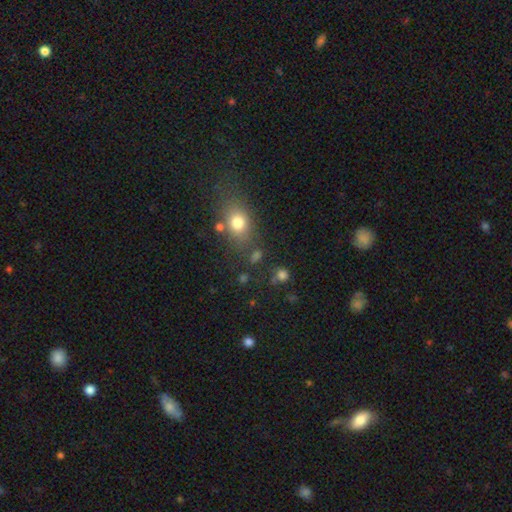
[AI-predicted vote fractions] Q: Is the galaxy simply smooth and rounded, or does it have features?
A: smooth — 70%.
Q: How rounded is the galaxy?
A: round — 48%, tied with in between.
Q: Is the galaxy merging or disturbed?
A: none — 69%.